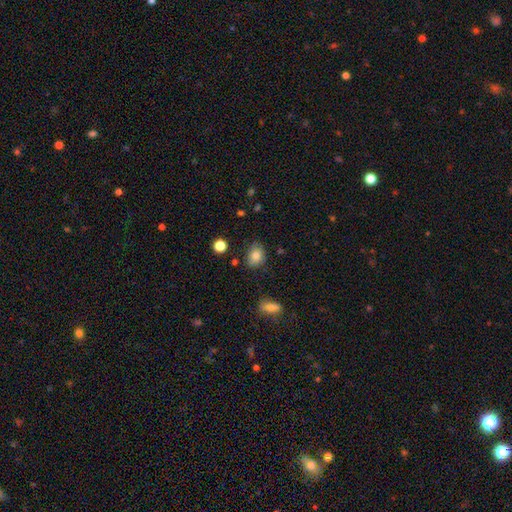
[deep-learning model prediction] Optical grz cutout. It shows a smooth galaxy with no disk features (82%) that is in between round and cigar-shaped (59%). Merging: none (74%).